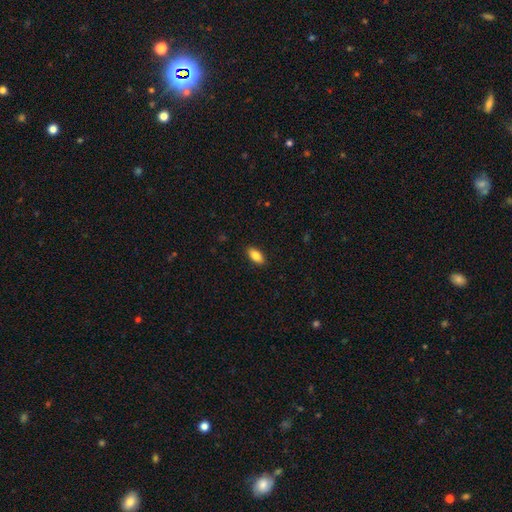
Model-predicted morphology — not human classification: Smooth or featured?
  - smooth: 82% *
  - featured or disk: 11%
  - star or artifact: 7%
How rounded?
  - in between: 87% *
  - cigar-shaped: 10%
  - round: 3%
Merging?
  - none: 90% *
  - minor disturbance: 8%
  - major disturbance: 2%
  - merger: 1%